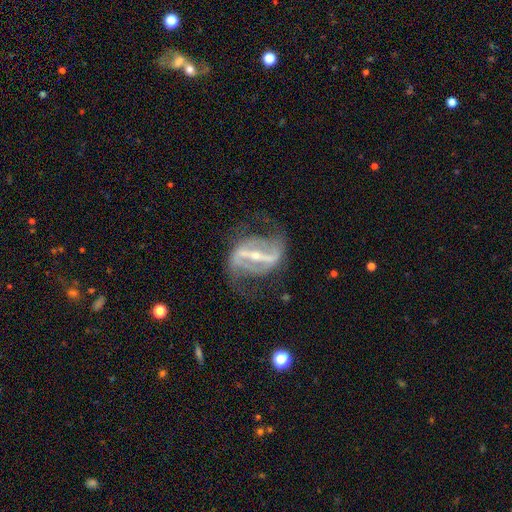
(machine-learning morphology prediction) smooth-or-featured: featured or disk: 90% | star or artifact: 6% | smooth: 4%
  disk-edge-on: no: 92% | yes: 8%
    bar: strong: 83% | weak: 13% | no: 4%
    has-spiral-arms: yes: 91% | no: 9%
      spiral-winding: loose: 45% | medium: 40% | tight: 14%
      spiral-arm-count: 2: 89% | can't tell: 5% | 1: 2% | 3: 2% | 4: 1% | more than 4: 1%
    bulge-size: small: 64% | moderate: 32% | none: 2% | large: 2% | dominant: 1%
  merging: none: 64% | minor disturbance: 17% | major disturbance: 17% | merger: 2%